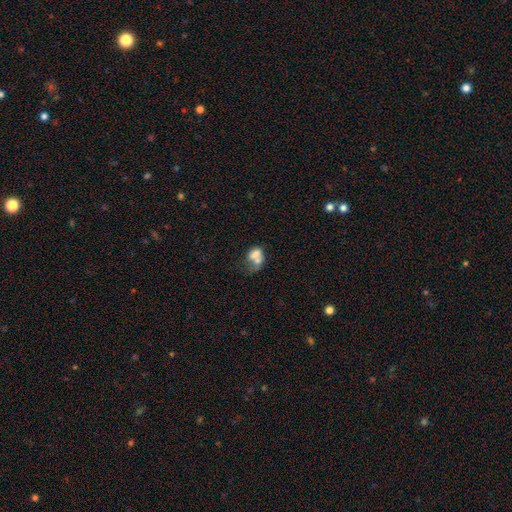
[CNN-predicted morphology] Smooth or featured?
  - smooth: 59% *
  - featured or disk: 29%
  - star or artifact: 12%
How rounded?
  - in between: 68% *
  - round: 31%
  - cigar-shaped: 1%
Merging?
  - merger: 49% *
  - major disturbance: 21%
  - none: 18%
  - minor disturbance: 13%